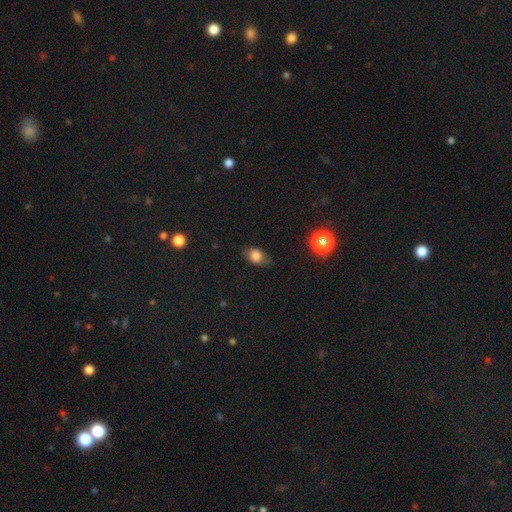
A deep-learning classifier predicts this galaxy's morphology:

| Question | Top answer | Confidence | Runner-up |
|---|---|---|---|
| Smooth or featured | smooth | 77% | star or artifact (12%) |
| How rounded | in between | 75% | round (22%) |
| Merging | none | 74% | minor disturbance (19%) |